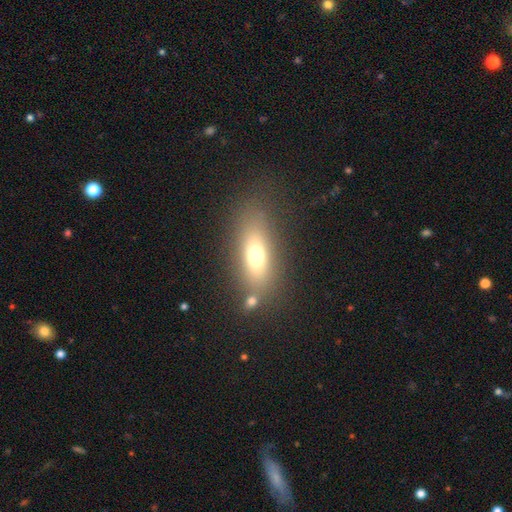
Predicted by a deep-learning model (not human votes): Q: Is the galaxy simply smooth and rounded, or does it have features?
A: smooth — 68%.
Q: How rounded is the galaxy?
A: in between — 70%.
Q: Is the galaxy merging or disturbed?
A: none — 72%.